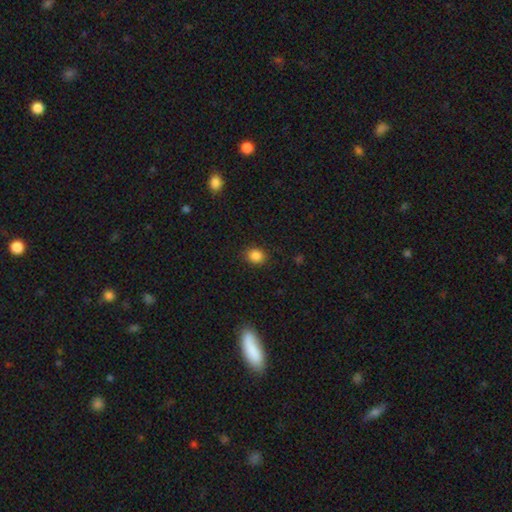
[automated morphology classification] Smooth or featured?
  - smooth: 86% *
  - star or artifact: 10%
  - featured or disk: 4%
How rounded?
  - round: 65% *
  - in between: 34%
  - cigar-shaped: 1%
Merging?
  - none: 88% *
  - minor disturbance: 9%
  - major disturbance: 3%
  - merger: 1%